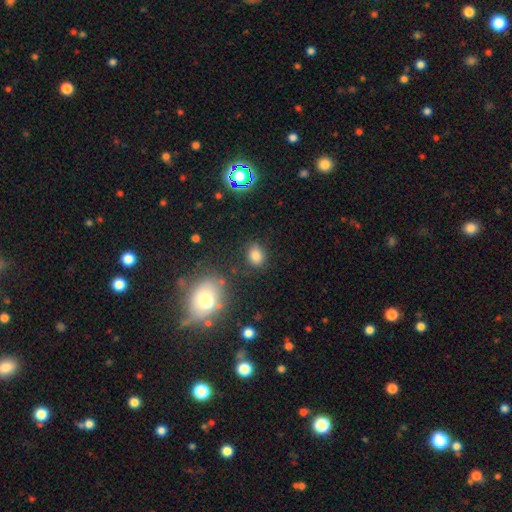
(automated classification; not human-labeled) smooth-or-featured: smooth: 81% | star or artifact: 13% | featured or disk: 6%
  how-rounded: in between: 56% | round: 43% | cigar-shaped: 1%
  merging: none: 81% | minor disturbance: 12% | major disturbance: 4% | merger: 3%